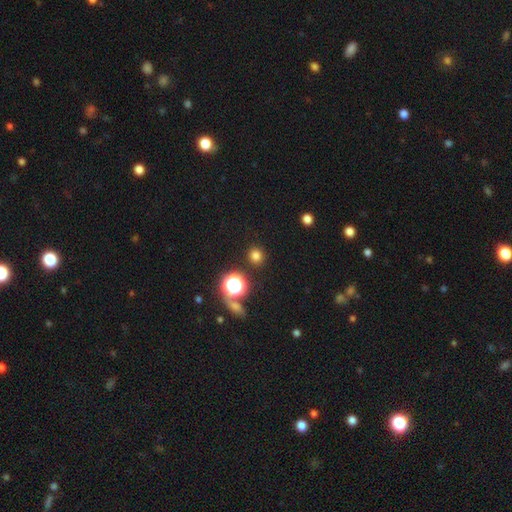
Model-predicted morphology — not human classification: Overall: smooth (76%). How rounded: round (89%). Merging: none (89%).